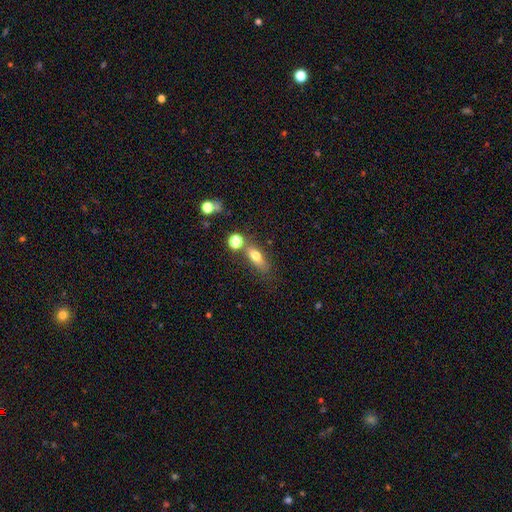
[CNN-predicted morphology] The model was most divided on "how rounded": in between: 60%, cigar-shaped: 28%, round: 13%. More confident: smooth or featured — smooth (68%); merging — none (60%).